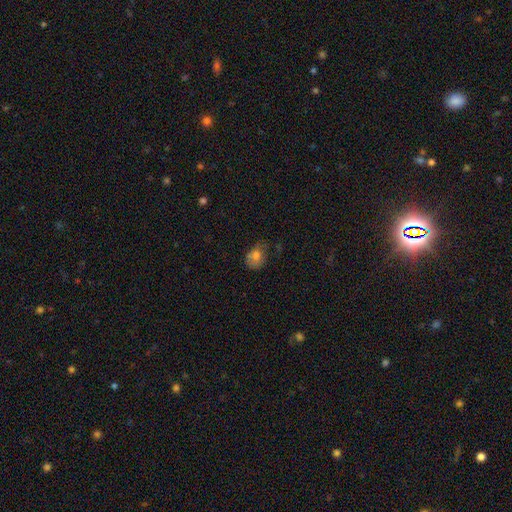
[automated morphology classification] Smooth or featured? smooth (73%)
How rounded? in between (58%)
Merging? none (46%)